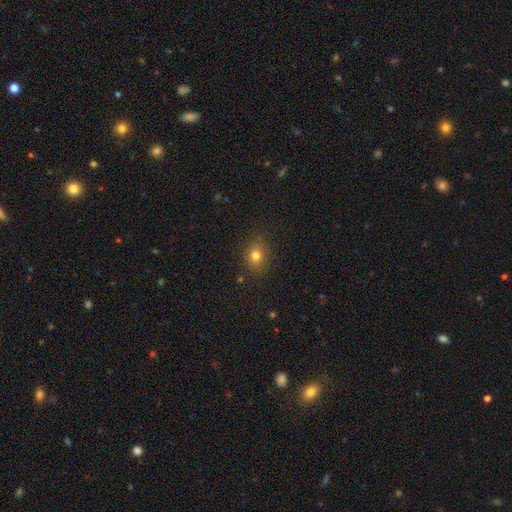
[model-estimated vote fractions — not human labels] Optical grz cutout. It shows a smooth galaxy with no disk features (77%) that is round (58%). Merging: none (84%).